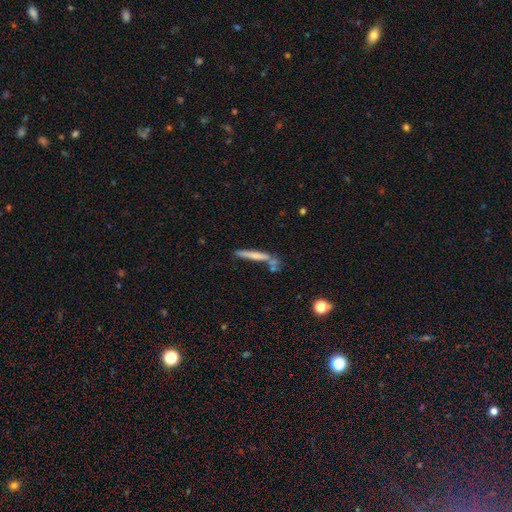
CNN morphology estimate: This appears to be a smooth galaxy with no disk features (56%) that is cigar-shaped (94%). Merging: none (68%).